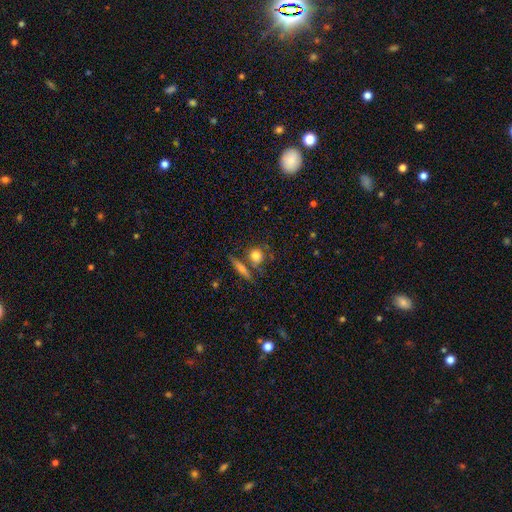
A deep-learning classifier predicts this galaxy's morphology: Overall: smooth (73%). How rounded: round (73%). Merging: none (62%).